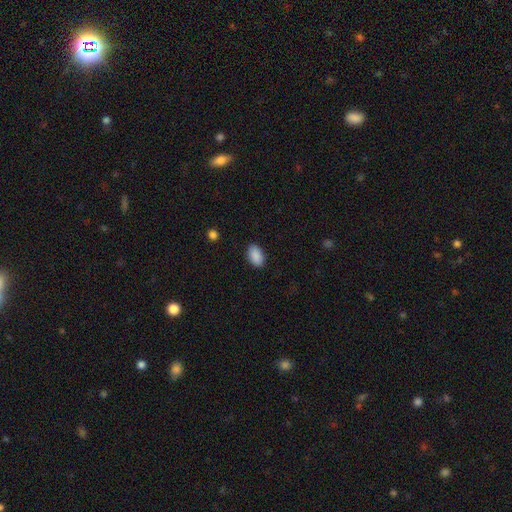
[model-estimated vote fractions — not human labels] Smooth or featured?
  - smooth: 90% *
  - star or artifact: 7%
  - featured or disk: 3%
How rounded?
  - in between: 92% *
  - round: 6%
  - cigar-shaped: 1%
Merging?
  - none: 88% *
  - minor disturbance: 8%
  - major disturbance: 2%
  - merger: 1%